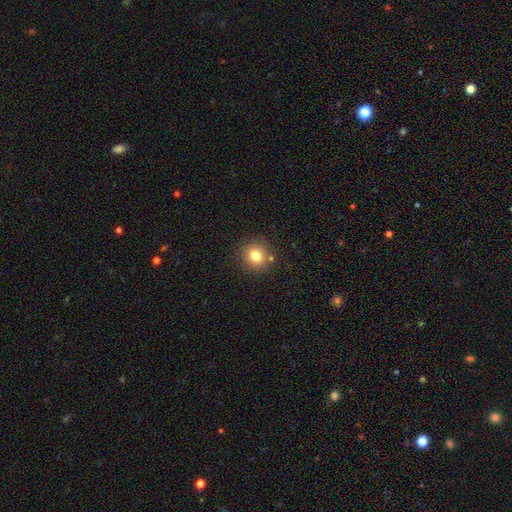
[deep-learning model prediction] Smooth or featured?
  - smooth: 80% *
  - star or artifact: 12%
  - featured or disk: 8%
How rounded?
  - round: 84% *
  - in between: 15%
  - cigar-shaped: 1%
Merging?
  - none: 83% *
  - minor disturbance: 9%
  - merger: 5%
  - major disturbance: 3%